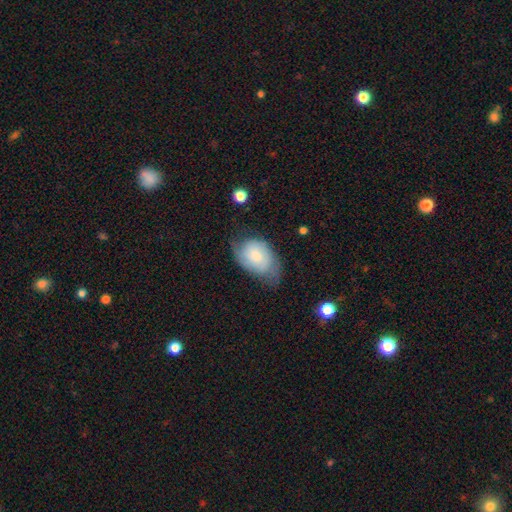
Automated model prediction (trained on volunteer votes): smooth_or_featured: smooth (p=0.61) [alt: featured or disk p=0.32]
how_rounded: in between (p=0.83) [alt: round p=0.15]
merging: none (p=0.43) [alt: minor disturbance p=0.41]